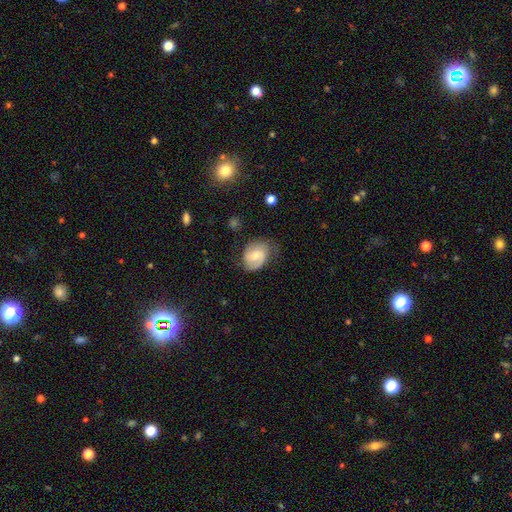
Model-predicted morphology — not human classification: This appears to be a smooth galaxy with no disk features (48%). Merging: none (59%).